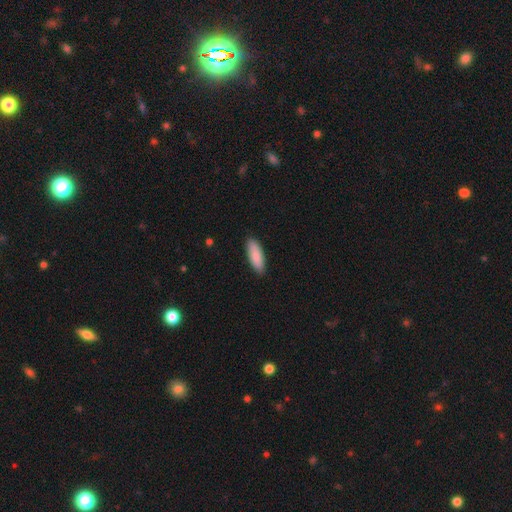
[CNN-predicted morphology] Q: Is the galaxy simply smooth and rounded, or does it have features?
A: smooth — 89%.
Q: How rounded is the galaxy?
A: in between — 65%.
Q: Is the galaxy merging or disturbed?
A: none — 88%.